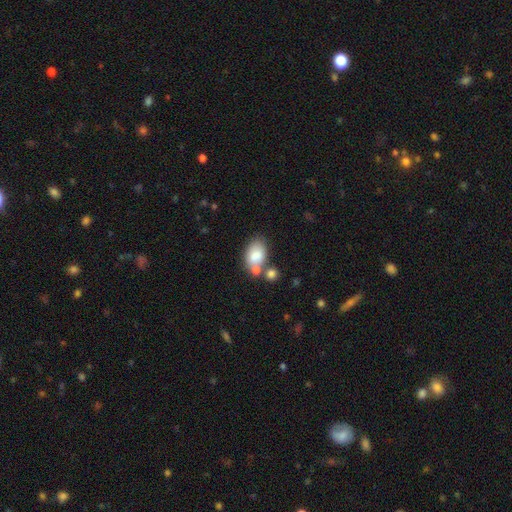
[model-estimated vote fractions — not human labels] Morphology: type=smooth (79%); roundness=in between (85%); merging=none (47%).